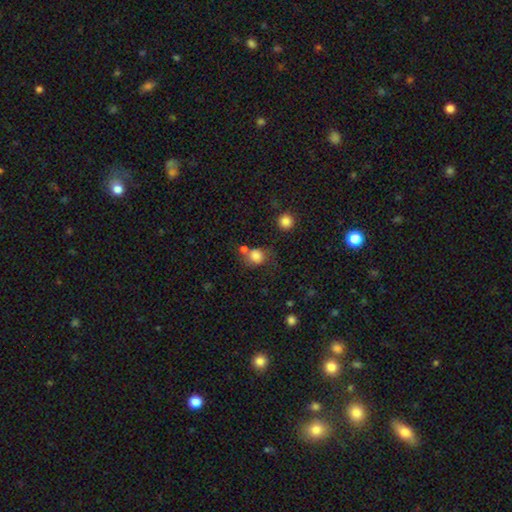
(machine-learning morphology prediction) Q: Smooth or featured?
A: smooth (81%); runner-up: star or artifact (12%)
Q: How rounded?
A: round (73%); runner-up: in between (26%)
Q: Merging?
A: none (53%); runner-up: merger (21%)